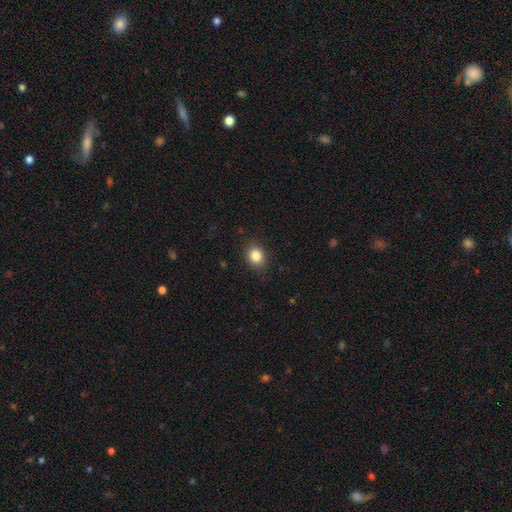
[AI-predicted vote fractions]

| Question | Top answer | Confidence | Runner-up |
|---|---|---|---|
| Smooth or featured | smooth | 85% | star or artifact (10%) |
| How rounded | round | 51% | in between (48%) |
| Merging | none | 87% | minor disturbance (10%) |